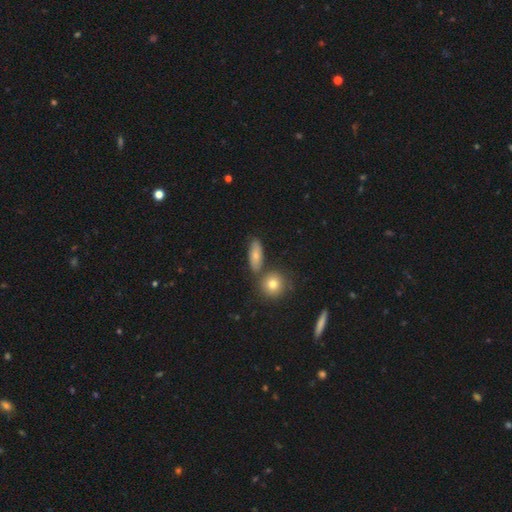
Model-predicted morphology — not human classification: This appears to be a smooth galaxy with no disk features (62%) that is in between round and cigar-shaped (62%). Merging: none (69%).